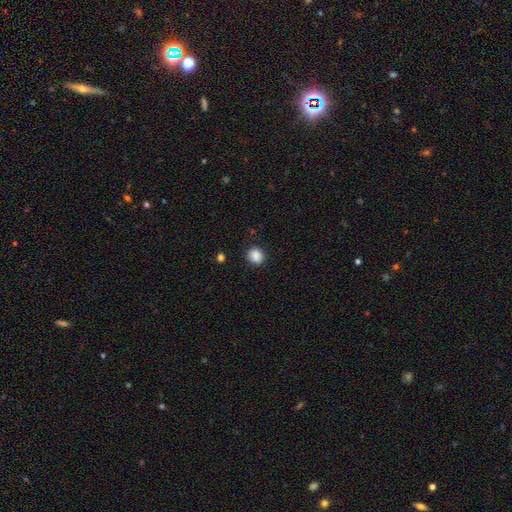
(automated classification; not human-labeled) The model was most divided on "how rounded": round: 77%, in between: 22%, cigar-shaped: 1%. More confident: merging — none (88%); smooth or featured — smooth (87%).